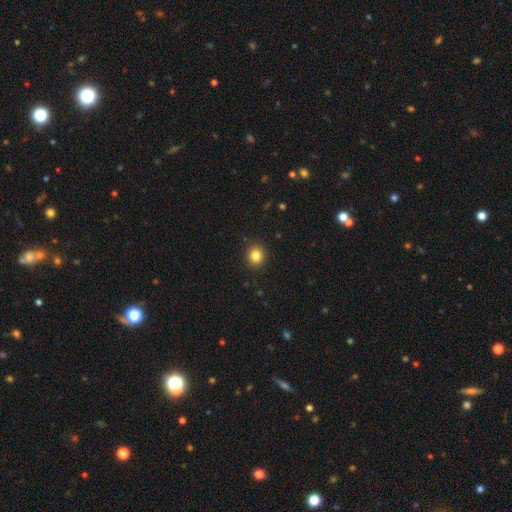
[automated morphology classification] A smooth galaxy with no disk features (83%) that is round (82%). Merging: none (91%).